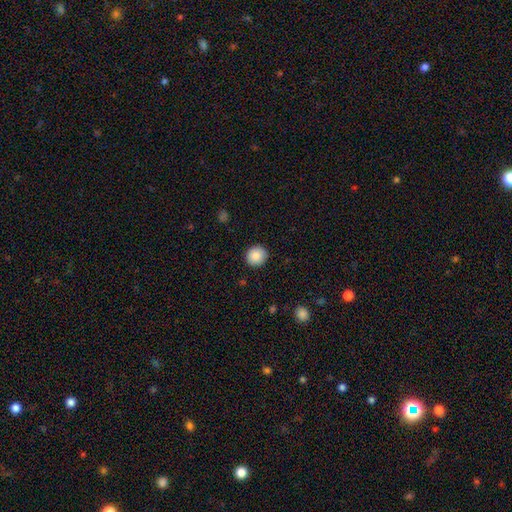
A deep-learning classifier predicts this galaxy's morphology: The model was most divided on "how rounded": round: 87%, in between: 12%, cigar-shaped: 1%. More confident: merging — none (91%); smooth or featured — smooth (88%).